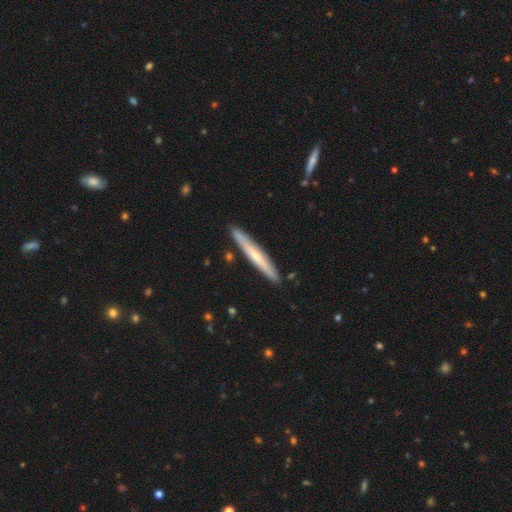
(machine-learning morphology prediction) The model was most divided on "smooth or featured": smooth: 50%, featured or disk: 45%, star or artifact: 5%. More confident: merging — none (89%).